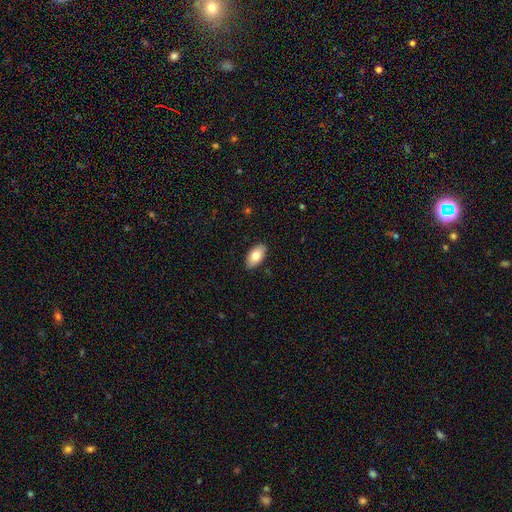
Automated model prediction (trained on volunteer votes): This appears to be a smooth galaxy with no disk features (79%) that is in between round and cigar-shaped (95%). Merging: none (89%).